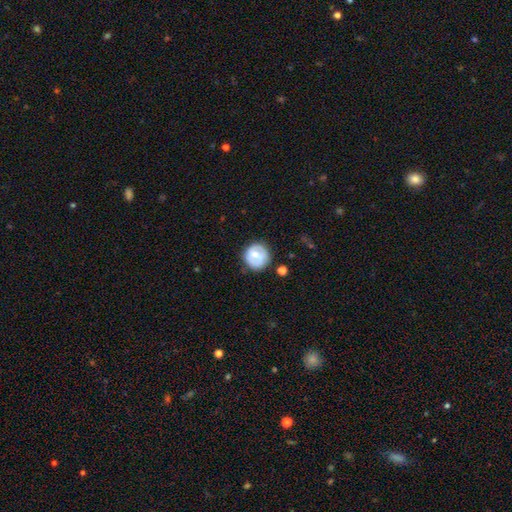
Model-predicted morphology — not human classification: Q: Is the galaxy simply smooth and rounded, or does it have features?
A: smooth — 54%.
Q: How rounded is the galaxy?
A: round — 89%.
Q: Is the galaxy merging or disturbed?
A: none — 76%.